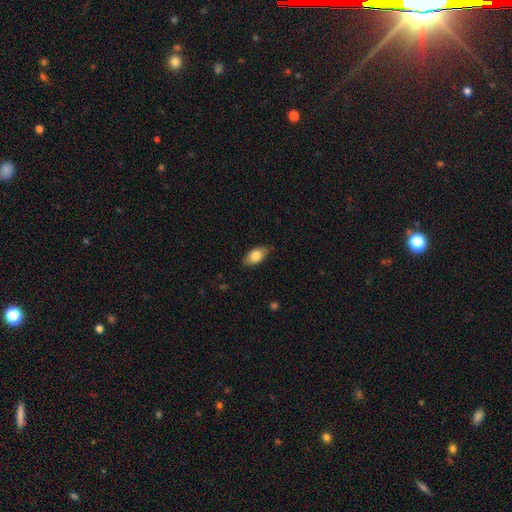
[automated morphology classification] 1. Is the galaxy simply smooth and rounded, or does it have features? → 79% smooth, 14% featured or disk, 7% star or artifact.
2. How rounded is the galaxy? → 90% in between, 6% round, 5% cigar-shaped.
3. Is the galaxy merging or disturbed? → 81% none, 15% minor disturbance, 3% major disturbance, 1% merger.